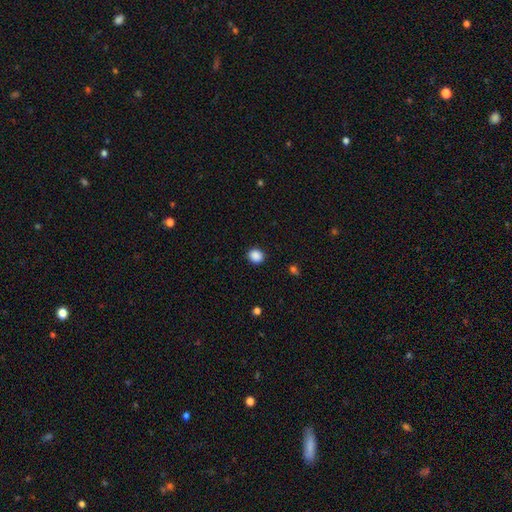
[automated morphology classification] Q: Smooth or featured?
A: smooth (88%); runner-up: star or artifact (9%)
Q: How rounded?
A: round (76%); runner-up: in between (23%)
Q: Merging?
A: none (91%); runner-up: minor disturbance (6%)